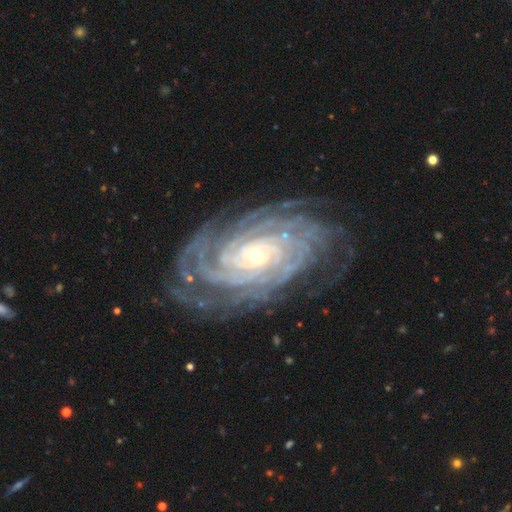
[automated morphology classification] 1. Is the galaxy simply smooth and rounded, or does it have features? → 92% featured or disk, 5% star or artifact, 3% smooth.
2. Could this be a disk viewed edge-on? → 97% no, 3% yes.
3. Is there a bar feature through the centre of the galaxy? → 59% no, 27% weak, 14% strong.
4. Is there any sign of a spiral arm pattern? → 99% yes, 1% no.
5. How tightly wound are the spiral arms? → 85% tight, 13% medium, 2% loose.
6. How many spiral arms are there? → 30% more than 4, 20% 4, 20% can't tell, 12% 3, 10% 2, 8% 1.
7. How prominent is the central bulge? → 67% small, 29% moderate, 2% large, 1% none, 1% dominant.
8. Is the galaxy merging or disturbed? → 79% none, 15% minor disturbance, 5% major disturbance, 1% merger.